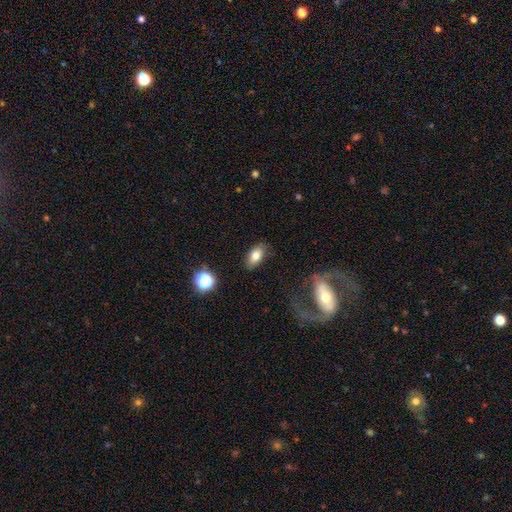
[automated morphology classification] Smooth or featured?
  - smooth: 79% *
  - featured or disk: 12%
  - star or artifact: 9%
How rounded?
  - in between: 90% *
  - round: 7%
  - cigar-shaped: 3%
Merging?
  - none: 83% *
  - minor disturbance: 12%
  - major disturbance: 3%
  - merger: 2%